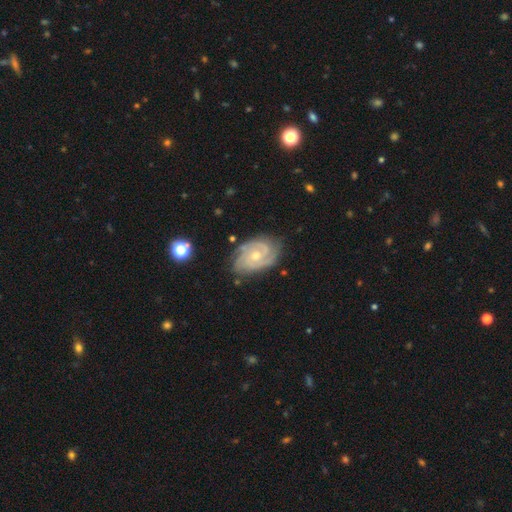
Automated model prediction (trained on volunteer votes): smooth_or_featured: featured or disk (p=0.89) [alt: smooth p=0.06]
disk_edge_on: no (p=0.97) [alt: yes p=0.03]
bar: no (p=0.69) [alt: weak p=0.26]
has_spiral_arms: yes (p=0.98) [alt: no p=0.02]
spiral_winding: tight (p=0.67) [alt: medium p=0.28]
spiral_arm_count: 3 (p=0.38) [alt: 2 p=0.31]
bulge_size: moderate (p=0.50) [alt: small p=0.47]
merging: none (p=0.76) [alt: minor disturbance p=0.18]